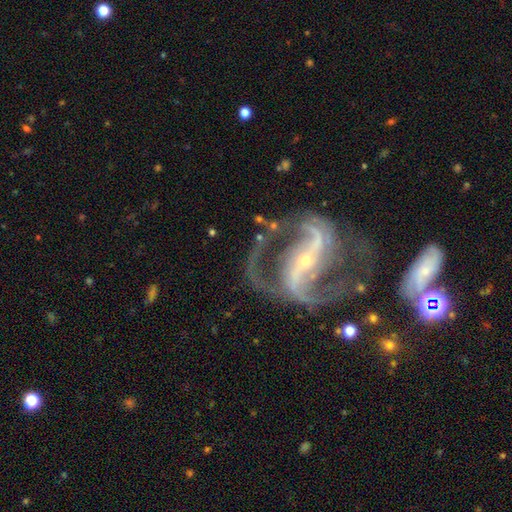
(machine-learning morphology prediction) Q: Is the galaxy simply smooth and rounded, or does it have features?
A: featured or disk — 91%.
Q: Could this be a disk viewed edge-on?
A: no — 96%.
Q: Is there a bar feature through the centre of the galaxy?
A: strong — 67%.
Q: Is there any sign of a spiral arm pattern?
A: yes — 97%.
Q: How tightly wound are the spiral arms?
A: medium — 50%.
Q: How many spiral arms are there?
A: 2 — 91%.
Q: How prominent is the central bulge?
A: small — 76%.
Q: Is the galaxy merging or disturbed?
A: none — 59%.